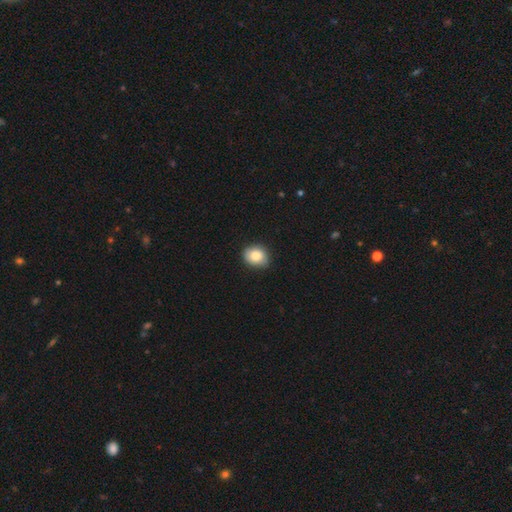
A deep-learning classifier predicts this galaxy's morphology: The model was most divided on "how rounded": round: 52%, in between: 47%, cigar-shaped: 1%. More confident: merging — none (85%); smooth or featured — smooth (83%).